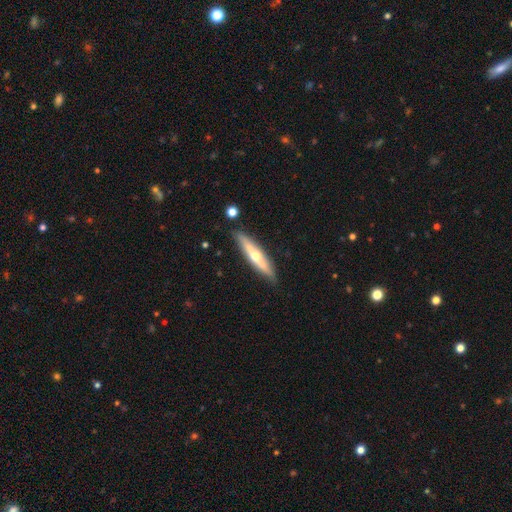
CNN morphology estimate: This is possibly a featured or disk galaxy (57%). It is clearly viewed edge-on (88%). Edge-on bulge: clearly rounded (89%). Merging: clearly none (85%).